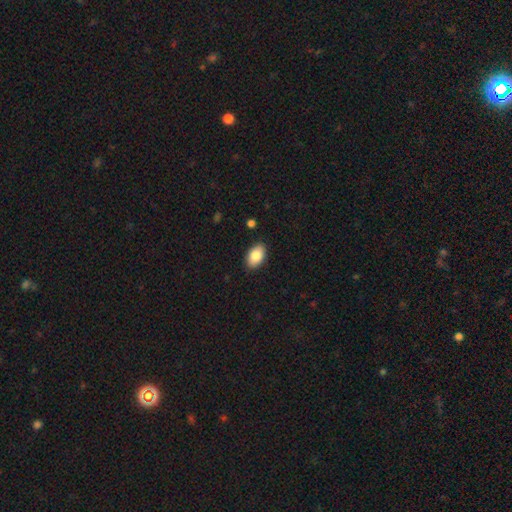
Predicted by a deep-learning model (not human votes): Smooth or featured? Predicted: smooth (p=0.85). How rounded? Predicted: in between (p=0.92). Merging? Predicted: none (p=0.88).